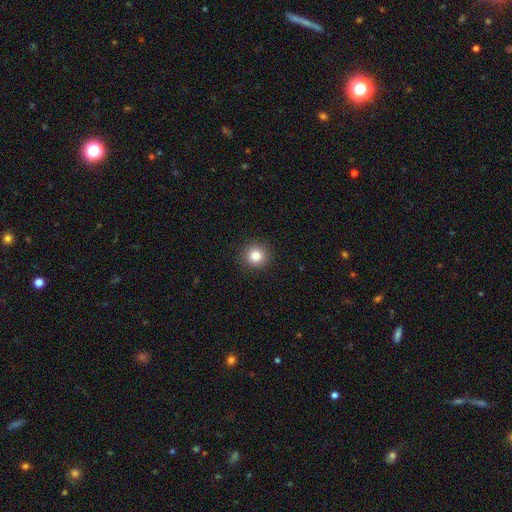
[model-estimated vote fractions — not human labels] smooth-or-featured: smooth: 83% | star or artifact: 11% | featured or disk: 6%
  how-rounded: round: 93% | in between: 6% | cigar-shaped: 1%
  merging: none: 92% | minor disturbance: 5% | major disturbance: 2% | merger: 1%